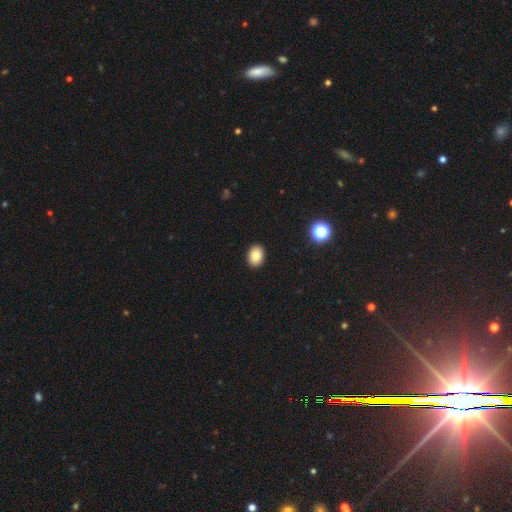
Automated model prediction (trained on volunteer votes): This appears to be a smooth galaxy with no disk features (83%) that is in between round and cigar-shaped (68%). Merging: none (92%).